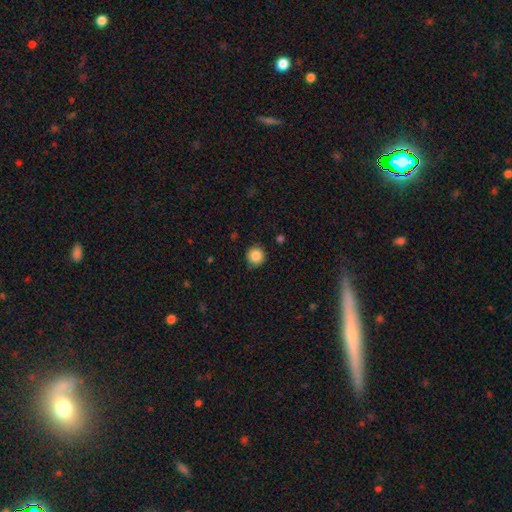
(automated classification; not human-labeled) A smooth galaxy with no disk features (85%) that is round (94%).

Vote fractions:
- Smooth or featured? smooth: 85% / star or artifact: 10% / featured or disk: 5%
- How rounded? round: 94% / in between: 5% / cigar-shaped: 1%
- Merging? none: 88% / minor disturbance: 9% / major disturbance: 2% / merger: 1%